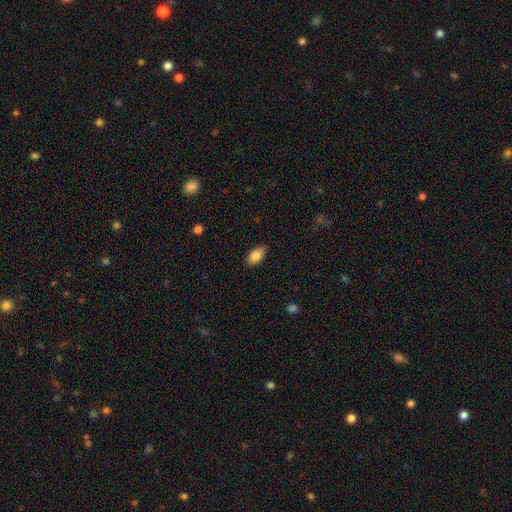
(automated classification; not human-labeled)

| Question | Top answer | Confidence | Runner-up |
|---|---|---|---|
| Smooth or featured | smooth | 82% | featured or disk (11%) |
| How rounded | in between | 91% | round (6%) |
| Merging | none | 85% | minor disturbance (12%) |